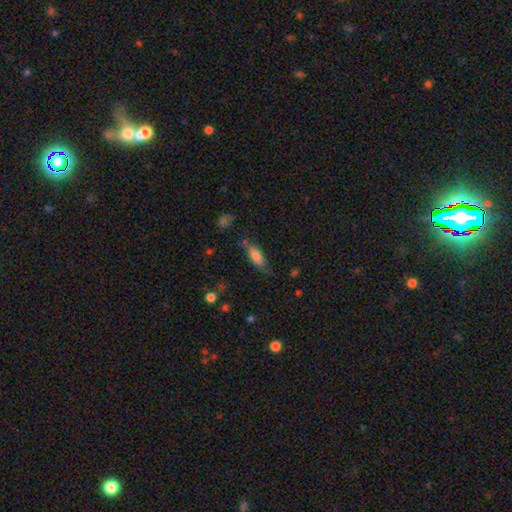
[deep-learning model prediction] A smooth galaxy with no disk features (74%) that is in between round and cigar-shaped (57%).

Vote fractions:
- Smooth or featured? smooth: 74% / featured or disk: 19% / star or artifact: 7%
- How rounded? in between: 57% / cigar-shaped: 41% / round: 2%
- Merging? none: 64% / minor disturbance: 24% / major disturbance: 8% / merger: 4%